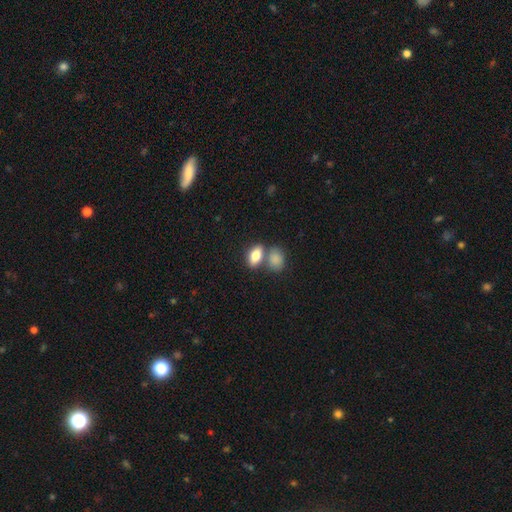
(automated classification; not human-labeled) A smooth galaxy with no disk features (83%) that is in between round and cigar-shaped (87%). Merging: none (49%).